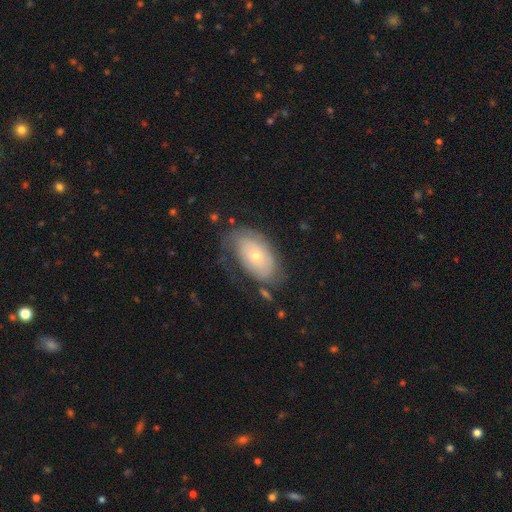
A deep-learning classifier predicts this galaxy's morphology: Overall: featured or disk (47%; smooth 46%). Merging: none (54%; minor disturbance 25%).